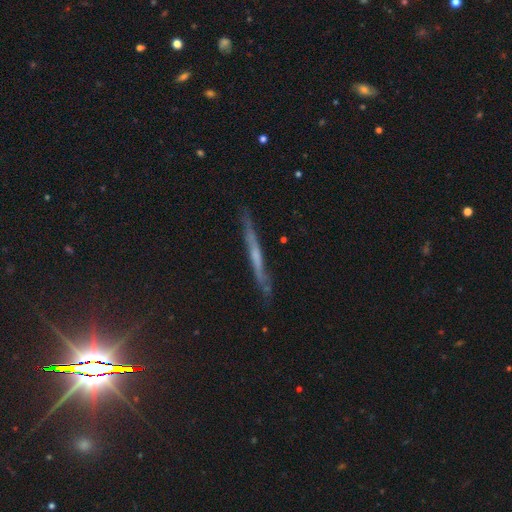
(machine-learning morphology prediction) This appears to be a featured or disk galaxy (61%) viewed edge-on (93%) with no central bulge (65%). Merging: none (81%).